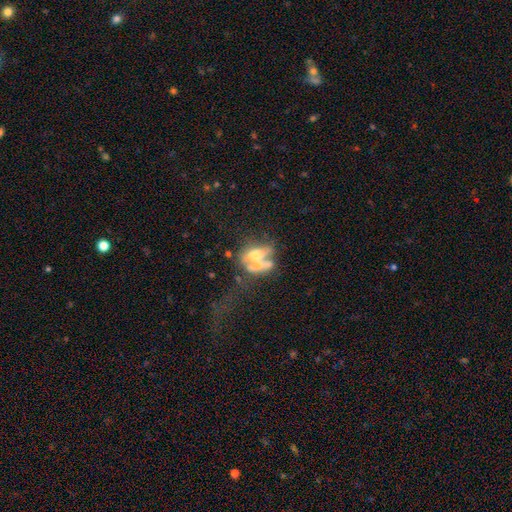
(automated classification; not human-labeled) Smooth or featured: featured or disk — 46% (smooth — 42%)
Merging: merger — 57% (major disturbance — 17%)